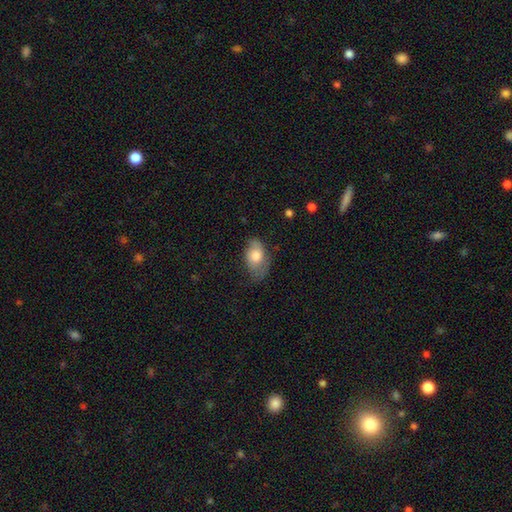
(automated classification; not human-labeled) Overall: smooth (73%). How rounded: in between (89%). Merging: none (51%; minor disturbance 34%).